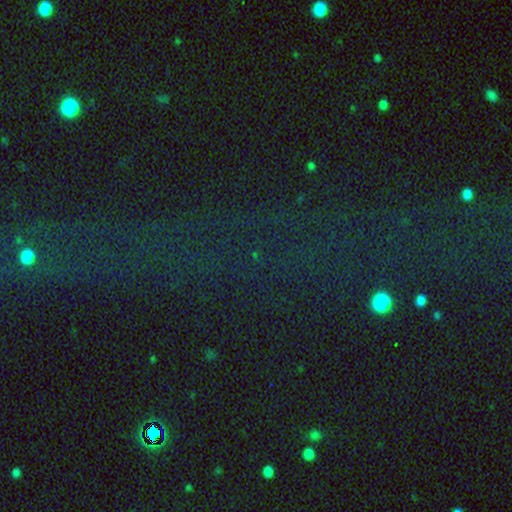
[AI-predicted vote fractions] Smooth or featured? star or artifact (76%)